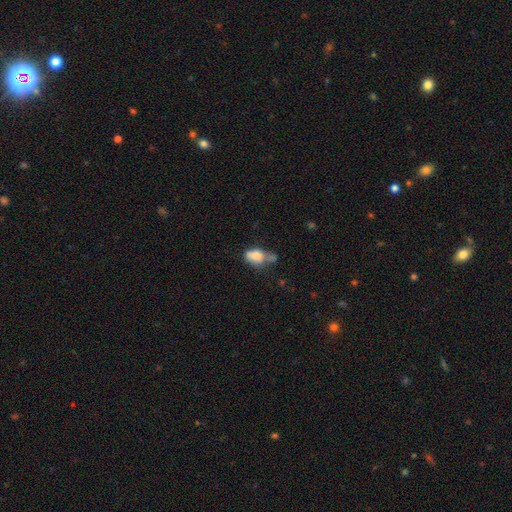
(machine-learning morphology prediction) Smooth or featured? Predicted: smooth (p=0.67). How rounded? Predicted: in between (p=0.79). Merging? Predicted: merger (p=0.29).